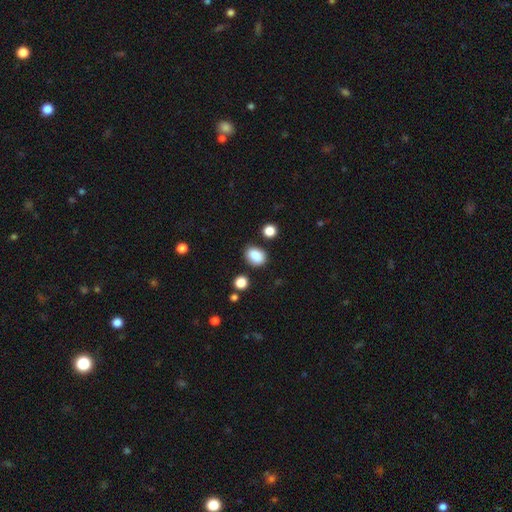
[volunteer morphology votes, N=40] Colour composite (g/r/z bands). It shows a smooth galaxy with no disk features (88%) that is in between round and cigar-shaped (66%). Merging: none (78%).